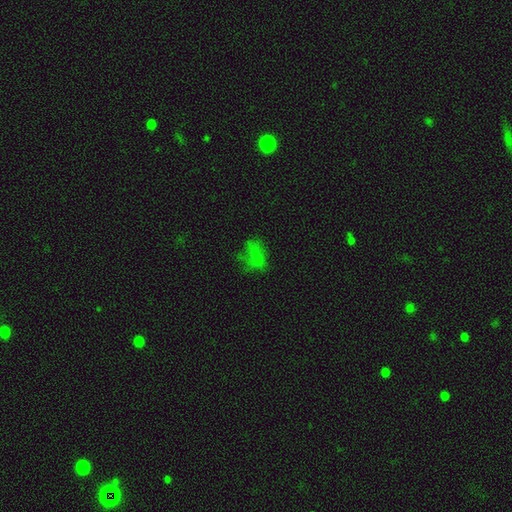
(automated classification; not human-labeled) smooth-or-featured: smooth: 52% | star or artifact: 25% | featured or disk: 22%
  how-rounded: in between: 75% | round: 19% | cigar-shaped: 5%
  merging: none: 48% | major disturbance: 25% | minor disturbance: 23% | merger: 4%